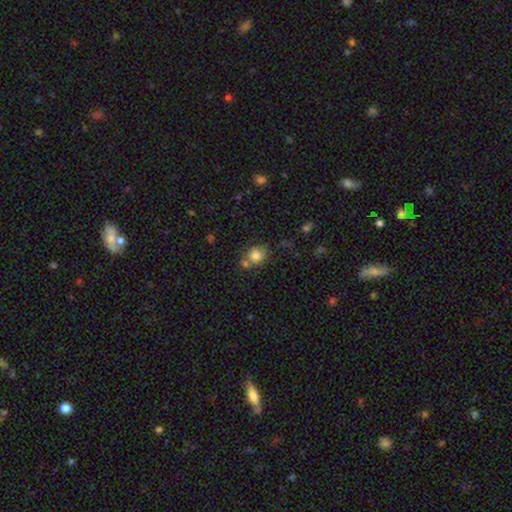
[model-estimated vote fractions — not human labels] Overall: smooth (80%). How rounded: round (69%; in between 30%). Merging: none (58%; merger 23%).